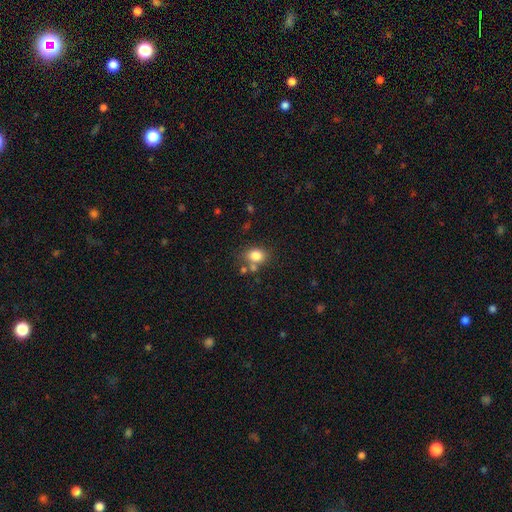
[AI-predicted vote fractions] smooth 81%, star or artifact 11%, featured or disk 8%. Down the decision tree: how rounded — in between (51%); merging — none (65%).